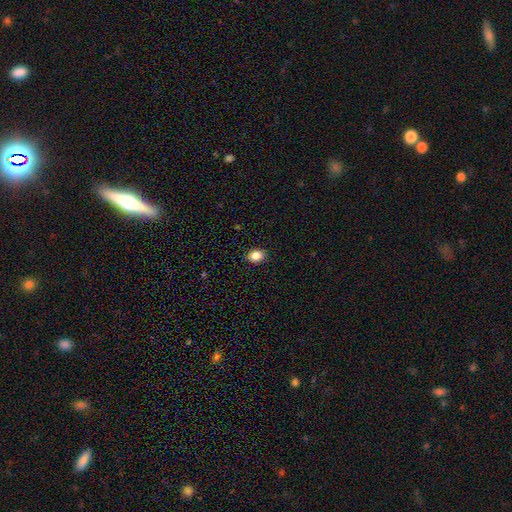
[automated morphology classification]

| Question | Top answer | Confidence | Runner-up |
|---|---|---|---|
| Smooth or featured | smooth | 85% | star or artifact (10%) |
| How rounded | in between | 54% | round (44%) |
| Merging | none | 90% | minor disturbance (8%) |